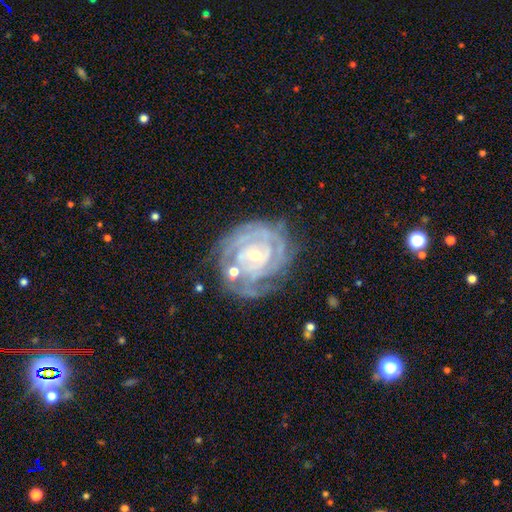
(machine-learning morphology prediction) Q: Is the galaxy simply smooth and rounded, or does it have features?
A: featured or disk — 89%.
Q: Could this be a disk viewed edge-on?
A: no — 97%.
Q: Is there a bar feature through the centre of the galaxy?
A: no — 58%.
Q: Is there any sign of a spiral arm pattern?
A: yes — 97%.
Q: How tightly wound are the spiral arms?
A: tight — 83%.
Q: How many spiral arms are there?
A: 3 — 25%.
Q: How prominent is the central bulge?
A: small — 67%.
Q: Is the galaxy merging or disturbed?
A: none — 67%.